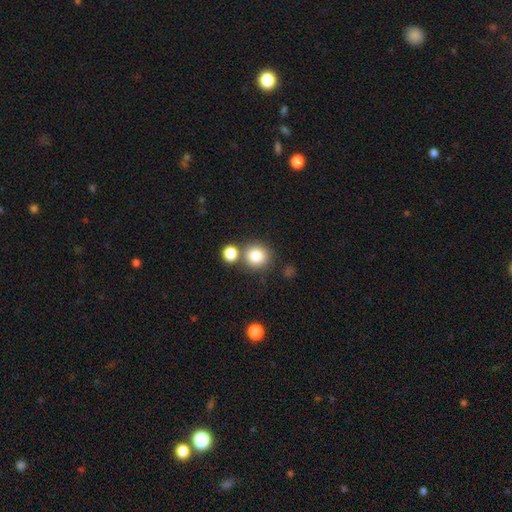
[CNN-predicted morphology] This appears to be a smooth galaxy with no disk features (83%) that is round (89%). Merging: none (70%).